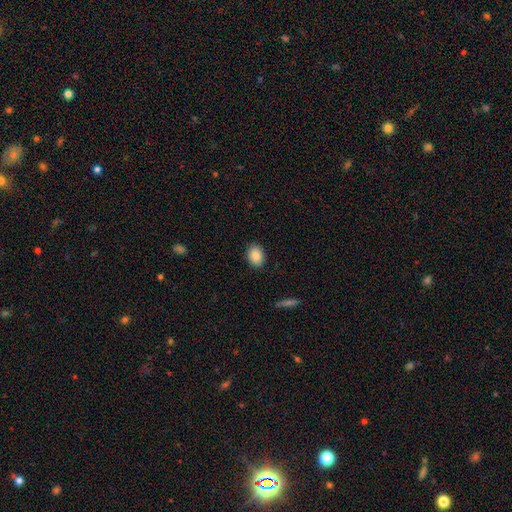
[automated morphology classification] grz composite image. It shows a smooth galaxy with no disk features (86%) that is in between round and cigar-shaped (65%). Merging: none (89%).